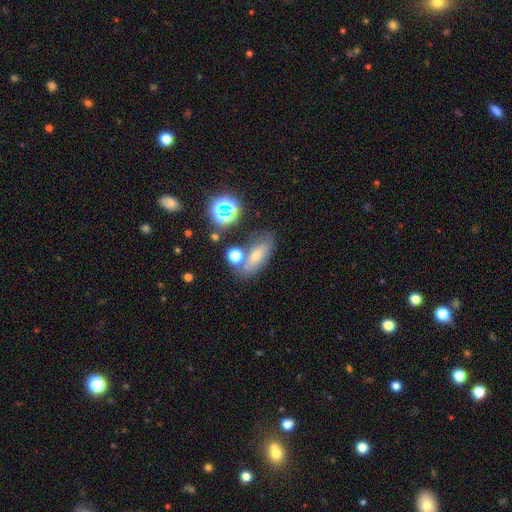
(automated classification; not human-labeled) This appears to be a smooth galaxy with no disk features (52%) that is in between round and cigar-shaped (68%). Merging: none (61%).